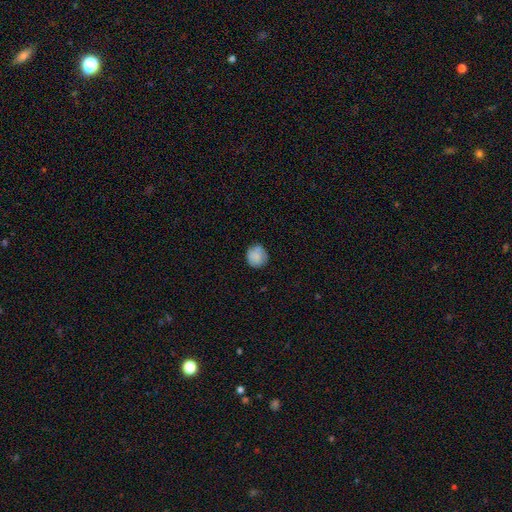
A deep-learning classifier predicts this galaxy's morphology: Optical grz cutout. It shows a smooth galaxy with no disk features (82%) that is round (87%). Merging: none (78%).